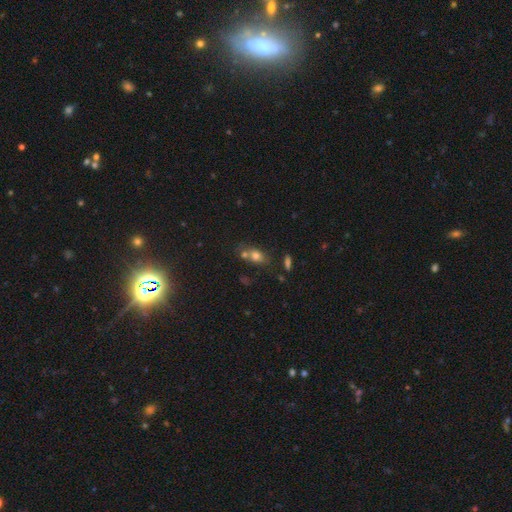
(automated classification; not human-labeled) smooth_or_featured: smooth (p=0.71) [alt: featured or disk p=0.15]
how_rounded: in between (p=0.63) [alt: round p=0.32]
merging: merger (p=0.41) [alt: none p=0.40]